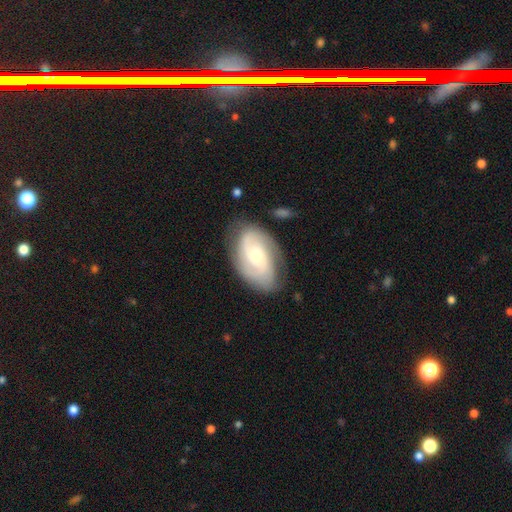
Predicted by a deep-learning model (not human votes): Q: Smooth or featured?
A: featured or disk (74%); runner-up: smooth (20%)
Q: Edge-on disk?
A: no (95%); runner-up: yes (5%)
Q: Bar?
A: no (61%); runner-up: weak (32%)
Q: Spiral arms?
A: yes (91%); runner-up: no (9%)
Q: Spiral winding?
A: tight (46%); runner-up: medium (39%)
Q: Spiral arm count?
A: 2 (56%); runner-up: can't tell (23%)
Q: Bulge size?
A: small (48%); tied with: moderate (48%)
Q: Merging?
A: none (74%); runner-up: minor disturbance (18%)